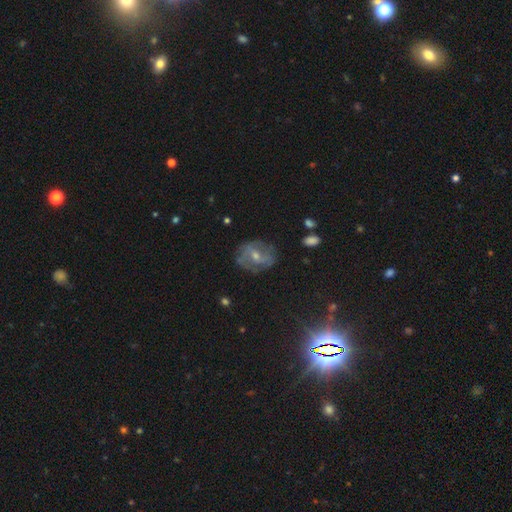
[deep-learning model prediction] Smooth or featured? Predicted: featured or disk (p=0.60). Edge-on disk? Predicted: no (p=0.95). Bar? Predicted: weak (p=0.43). Spiral arms? Predicted: yes (p=0.68). Bulge size? Predicted: small (p=0.49). Merging? Predicted: none (p=0.72).